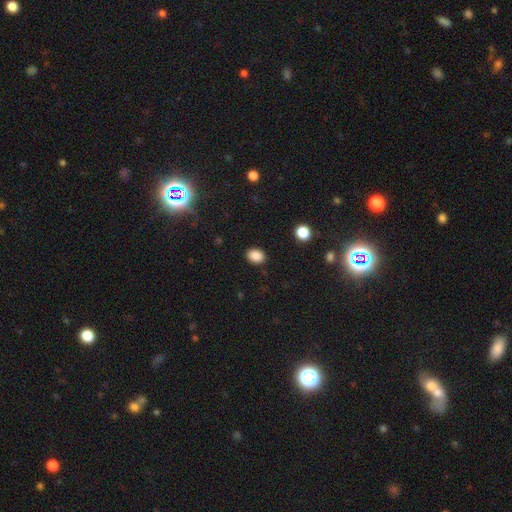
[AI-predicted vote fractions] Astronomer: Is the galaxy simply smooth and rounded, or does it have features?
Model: smooth — 87%.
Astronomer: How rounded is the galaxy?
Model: in between — 64%.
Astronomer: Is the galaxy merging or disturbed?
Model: none — 88%.